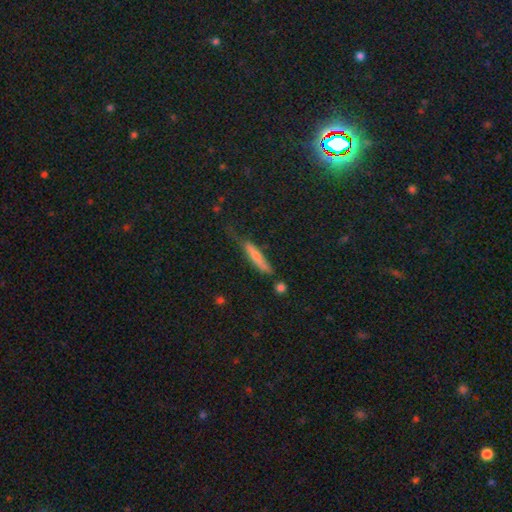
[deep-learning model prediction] The model was most divided on "merging": none: 56%, minor disturbance: 29%, major disturbance: 10%, merger: 5%. More confident: how rounded — cigar-shaped (88%); smooth or featured — smooth (59%).